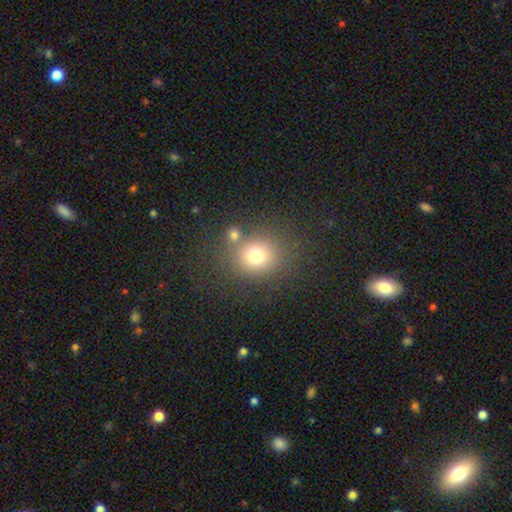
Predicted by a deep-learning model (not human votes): A smooth galaxy with no disk features (73%) that is round (78%).

Vote fractions:
- Smooth or featured? smooth: 73% / star or artifact: 16% / featured or disk: 10%
- How rounded? round: 78% / in between: 21% / cigar-shaped: 1%
- Merging? none: 69% / merger: 15% / minor disturbance: 11% / major disturbance: 6%